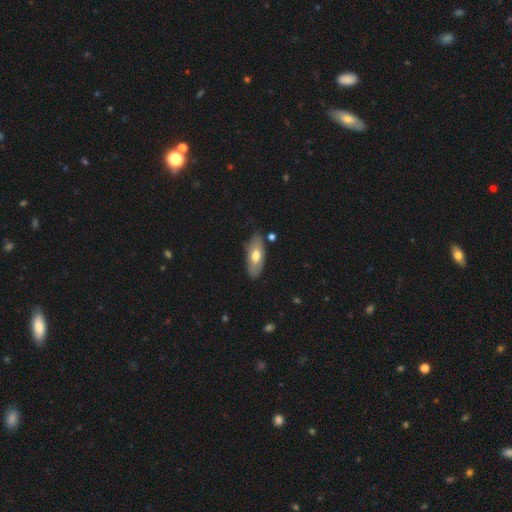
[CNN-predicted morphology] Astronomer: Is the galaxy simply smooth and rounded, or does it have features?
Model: smooth — 61%.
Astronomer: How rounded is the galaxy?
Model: in between — 85%.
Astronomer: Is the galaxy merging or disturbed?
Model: none — 80%.